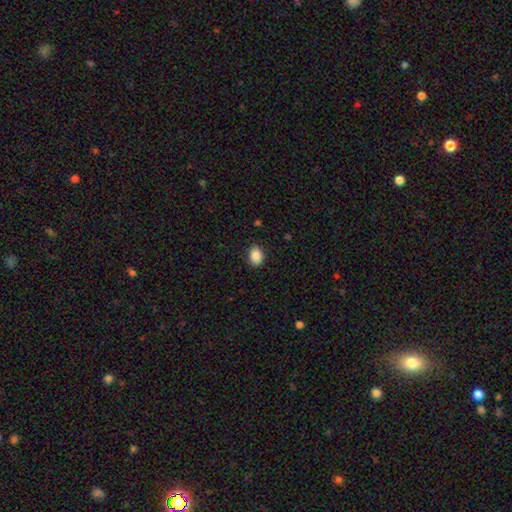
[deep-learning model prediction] Smooth or featured? smooth (87%)
How rounded? in between (70%)
Merging? none (89%)